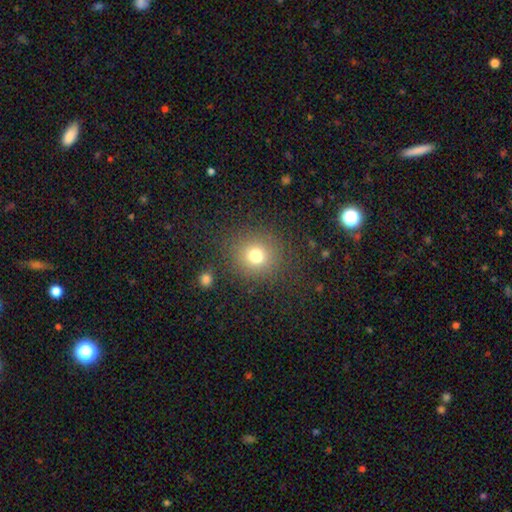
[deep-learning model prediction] Smooth or featured? smooth (75%)
How rounded? round (85%)
Merging? none (84%)